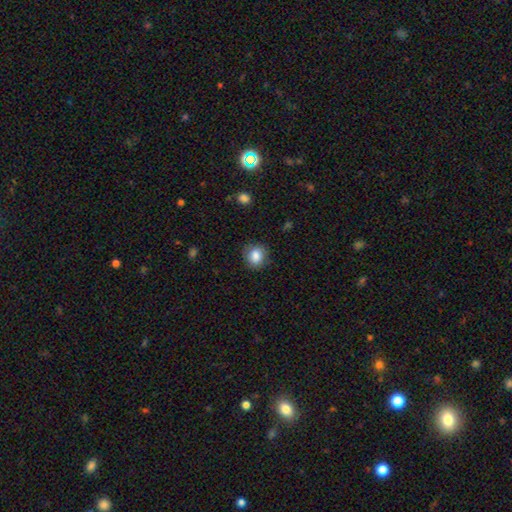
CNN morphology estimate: This appears to be a smooth galaxy with no disk features (84%) that is round (74%). Merging: none (82%).